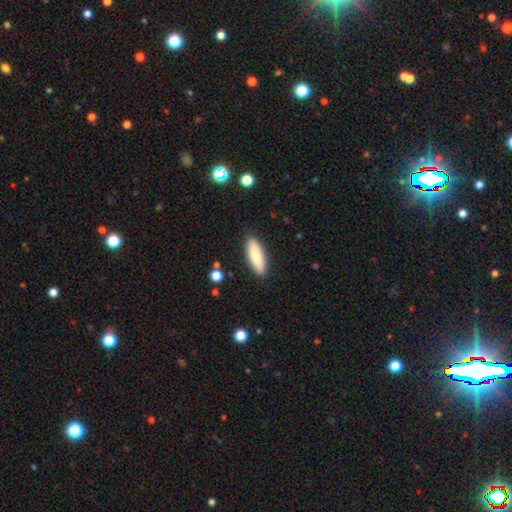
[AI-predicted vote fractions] Smooth or featured: smooth — 84% (featured or disk — 10%)
How rounded: cigar-shaped — 50% (in between — 48%)
Merging: none — 88% (minor disturbance — 9%)